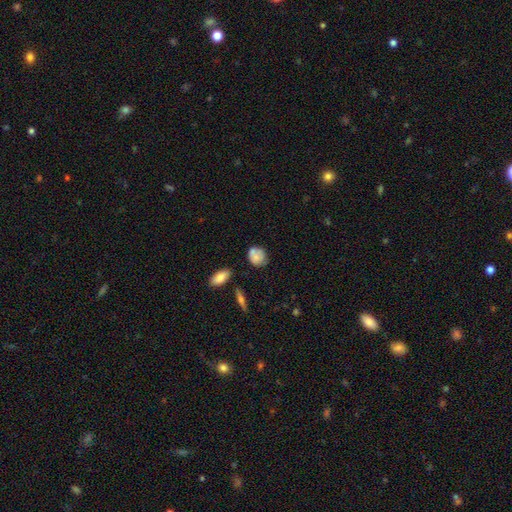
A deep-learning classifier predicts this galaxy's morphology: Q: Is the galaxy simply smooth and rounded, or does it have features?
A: smooth — 70%.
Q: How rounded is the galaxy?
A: round — 60%.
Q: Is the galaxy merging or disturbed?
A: none — 57%.